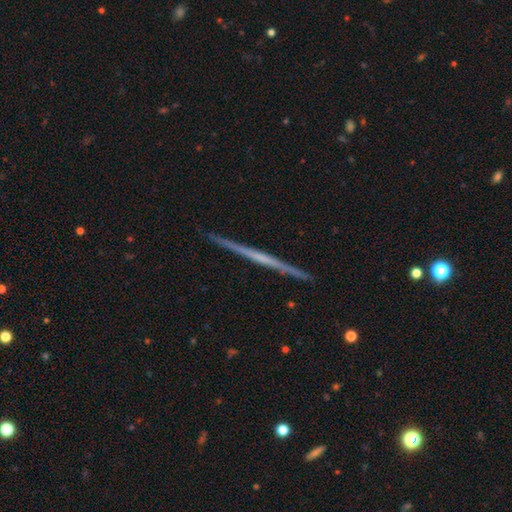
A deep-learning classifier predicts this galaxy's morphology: Smooth or featured: featured or disk — 75% (smooth — 19%)
Edge-on disk: yes — 98% (no — 2%)
Edge-on bulge: none — 63% (rounded — 29%)
Merging: none — 92% (minor disturbance — 6%)